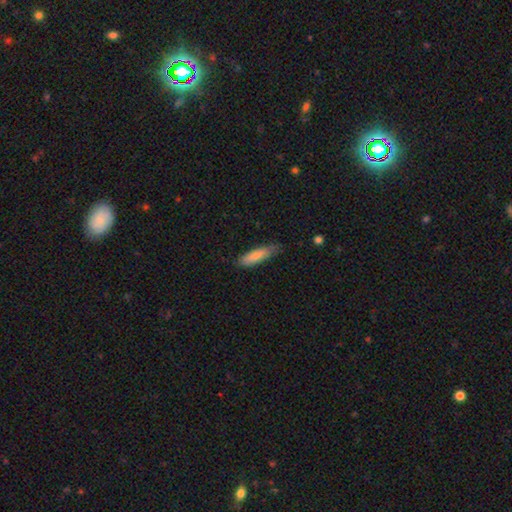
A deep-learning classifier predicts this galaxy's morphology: type=smooth (81%); roundness=cigar-shaped (64%); merging=none (70%).